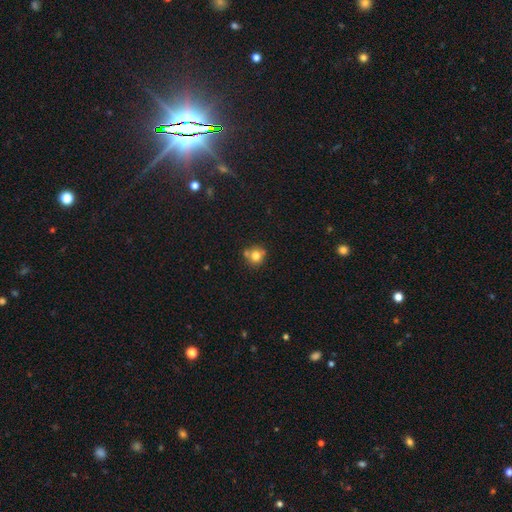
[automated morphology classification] A smooth galaxy with no disk features (77%) that is round (88%). Merging: none (62%).